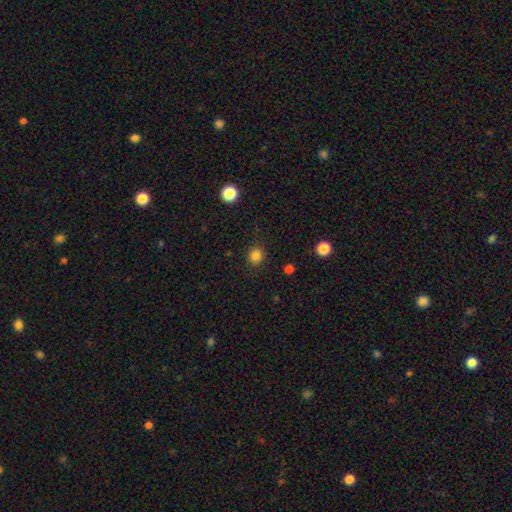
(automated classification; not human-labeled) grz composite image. It shows a smooth galaxy with no disk features (83%) that is round (89%). Merging: none (89%).